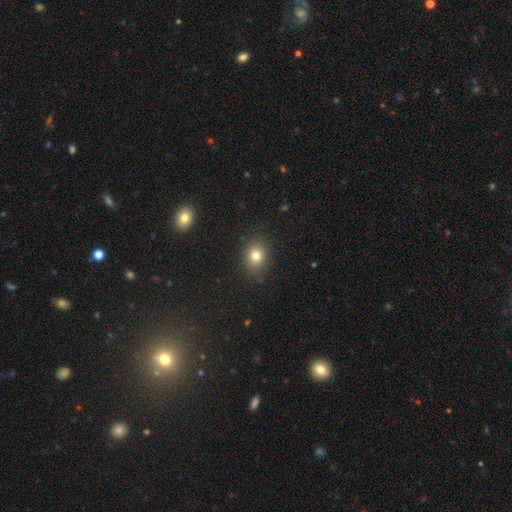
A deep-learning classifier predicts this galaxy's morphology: smooth-or-featured: smooth: 78% | star or artifact: 13% | featured or disk: 9%
  how-rounded: round: 52% | in between: 47% | cigar-shaped: 1%
  merging: none: 87% | minor disturbance: 9% | major disturbance: 3% | merger: 1%